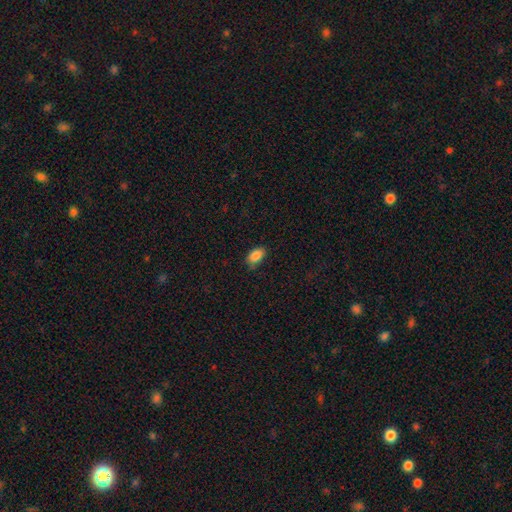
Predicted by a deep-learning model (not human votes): smooth_or_featured: smooth (p=0.87) [alt: star or artifact p=0.08]
how_rounded: in between (p=0.91) [alt: round p=0.07]
merging: none (p=0.79) [alt: minor disturbance p=0.17]